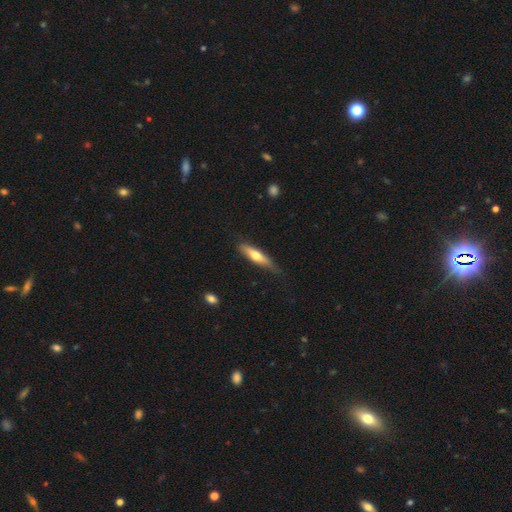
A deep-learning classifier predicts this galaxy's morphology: Q: Smooth or featured?
A: smooth (56%); runner-up: featured or disk (38%)
Q: How rounded?
A: cigar-shaped (77%); runner-up: in between (21%)
Q: Merging?
A: none (71%); runner-up: minor disturbance (23%)